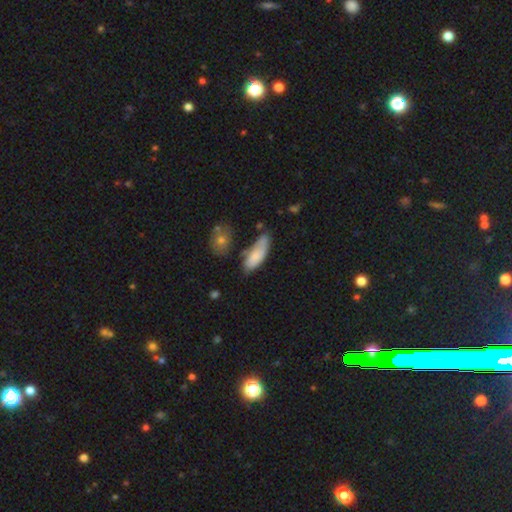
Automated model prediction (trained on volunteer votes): A smooth galaxy with no disk features (78%) that is in between round and cigar-shaped (71%). Merging: none (50%).